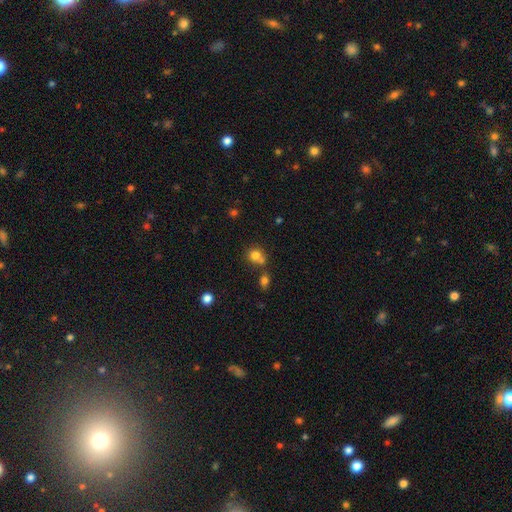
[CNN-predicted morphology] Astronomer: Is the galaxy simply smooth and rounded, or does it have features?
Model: smooth — 79%.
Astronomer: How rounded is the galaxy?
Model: round — 78%.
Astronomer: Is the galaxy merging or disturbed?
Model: none — 51% (runner-up: merger, 34%).